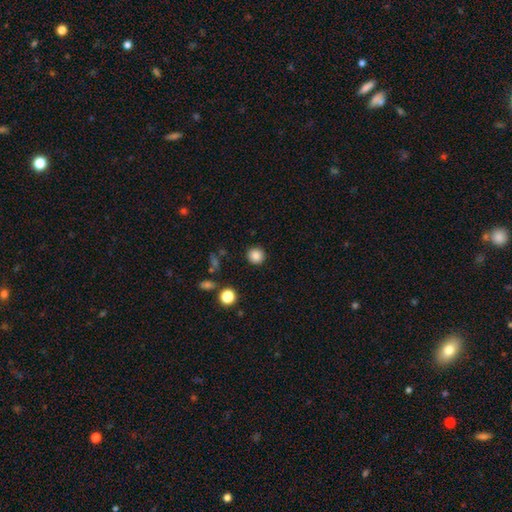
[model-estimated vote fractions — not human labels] This is clearly a smooth galaxy (85%). How rounded: clearly round (93%). Merging: clearly none (90%).